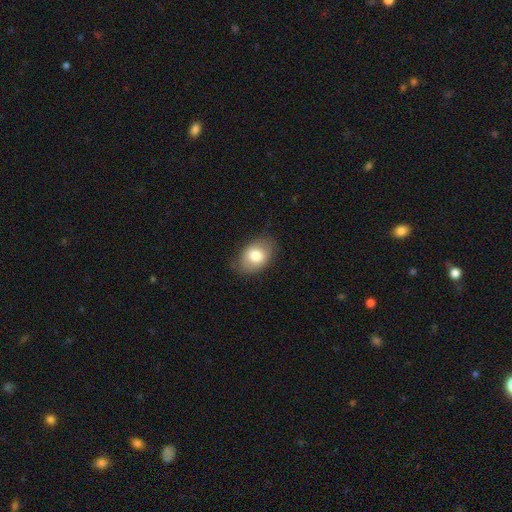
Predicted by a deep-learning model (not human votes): Smooth or featured? smooth (78%)
How rounded? in between (77%)
Merging? none (78%)